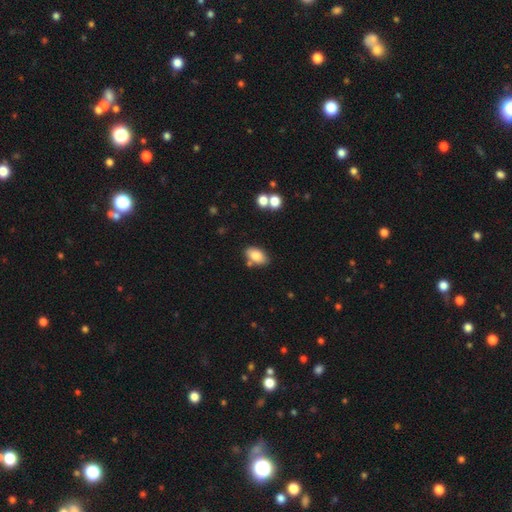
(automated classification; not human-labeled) Overall: smooth (82%). How rounded: in between (92%). Merging: none (73%).